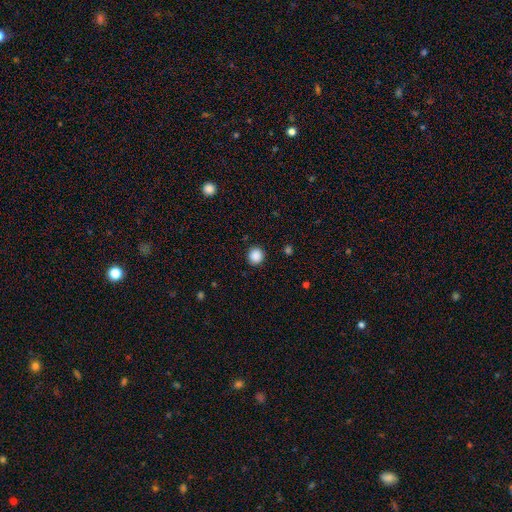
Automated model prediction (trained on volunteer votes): A smooth galaxy with no disk features (88%) that is round (91%). Merging: none (91%).